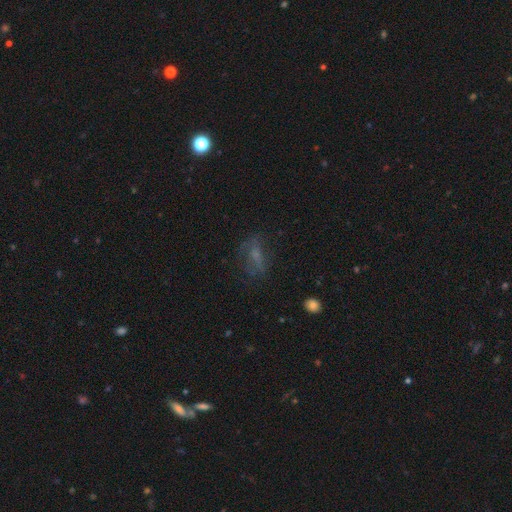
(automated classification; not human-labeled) smooth 46%, featured or disk 32%, star or artifact 22%. Down the decision tree: merging — none (58%).